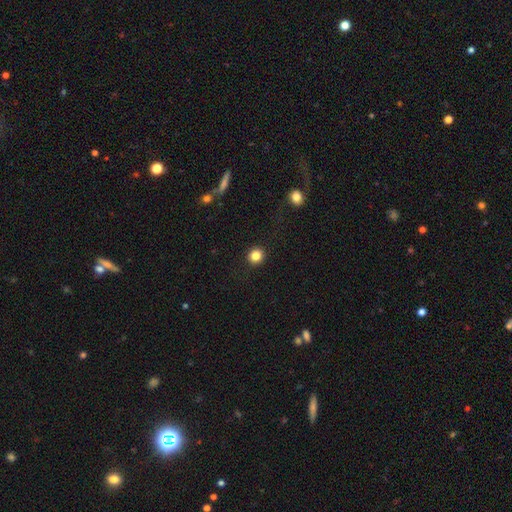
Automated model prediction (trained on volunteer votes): Smooth or featured: smooth — 84% (star or artifact — 11%)
How rounded: round — 91% (in between — 8%)
Merging: none — 92% (minor disturbance — 5%)